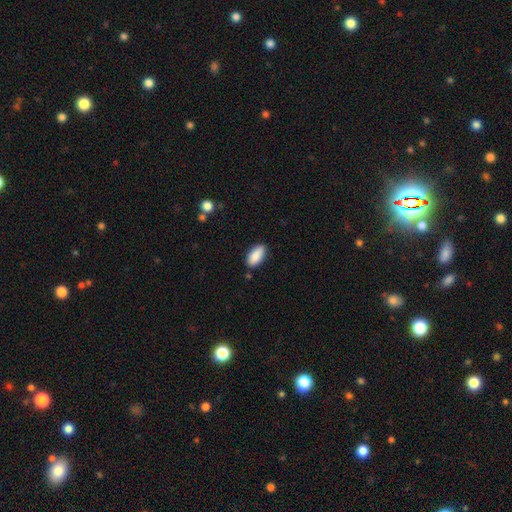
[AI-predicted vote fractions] Q: Smooth or featured?
A: smooth (89%); runner-up: star or artifact (6%)
Q: How rounded?
A: in between (91%); runner-up: cigar-shaped (7%)
Q: Merging?
A: none (84%); runner-up: minor disturbance (12%)